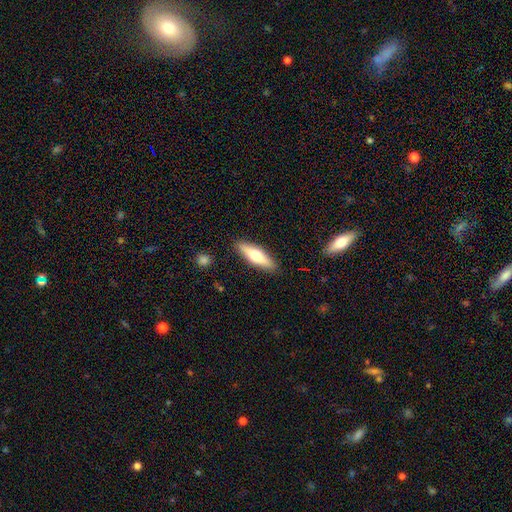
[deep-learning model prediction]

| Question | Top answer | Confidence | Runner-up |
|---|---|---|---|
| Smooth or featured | smooth | 53% | featured or disk (41%) |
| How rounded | cigar-shaped | 63% | in between (35%) |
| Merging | none | 89% | minor disturbance (8%) |